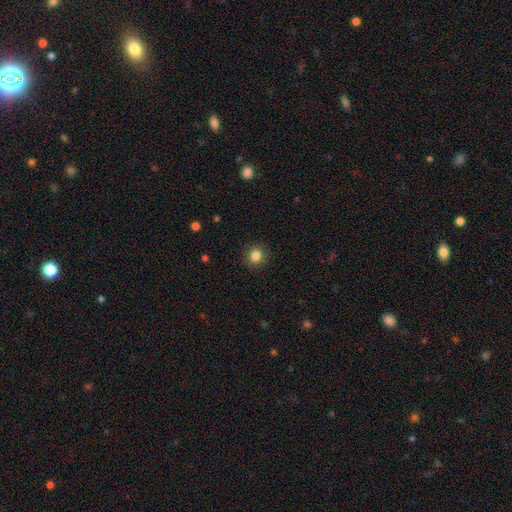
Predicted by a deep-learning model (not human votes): This appears to be a smooth galaxy with no disk features (85%) that is round (86%). Merging: none (90%).